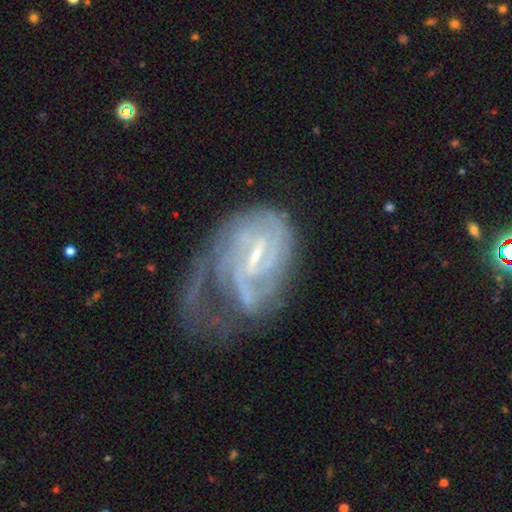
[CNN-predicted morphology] type=featured or disk (85%); edge-on=no (97%); bar=weak (50%); spiral arms=yes (91%); winding=tight (48%); arm count=can't tell (35%); bulge=small (63%); merging=major disturbance (47%).